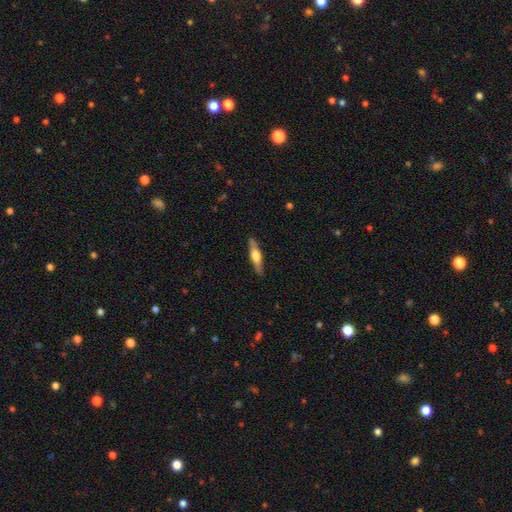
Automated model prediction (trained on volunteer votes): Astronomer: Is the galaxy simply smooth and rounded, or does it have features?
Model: featured or disk — 56% (runner-up: smooth, 38%).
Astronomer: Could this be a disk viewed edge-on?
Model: yes — 95%.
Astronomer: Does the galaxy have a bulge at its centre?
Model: rounded — 87%.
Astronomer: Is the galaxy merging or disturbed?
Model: none — 88%.